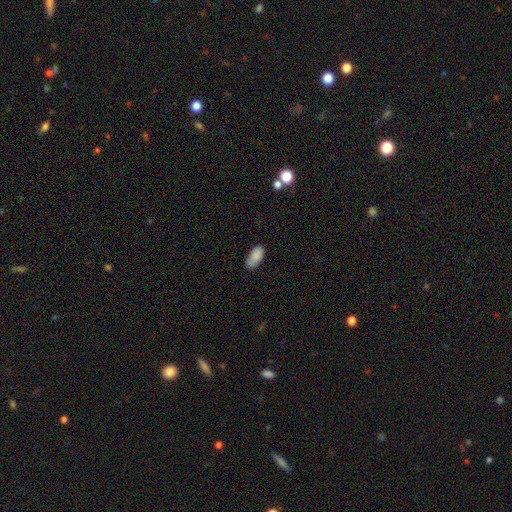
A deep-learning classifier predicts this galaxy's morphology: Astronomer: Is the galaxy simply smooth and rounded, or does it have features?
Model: smooth — 87%.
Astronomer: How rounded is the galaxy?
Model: in between — 92%.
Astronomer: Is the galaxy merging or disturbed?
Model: none — 71%.